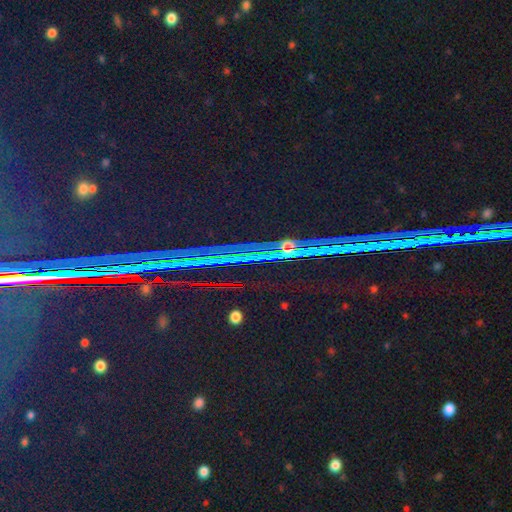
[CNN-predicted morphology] star or artifact 88%, featured or disk 7%, smooth 6%.